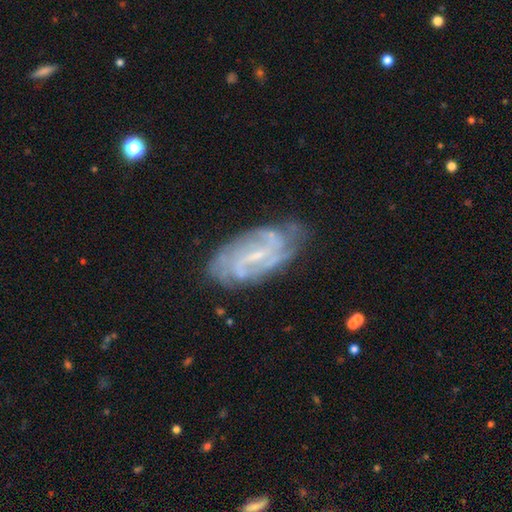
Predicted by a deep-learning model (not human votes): A featured or disk galaxy (81%) with a weak bar (51%), tight (48%) spiral arms (92%) and a small central bulge (61%). Merging: none (71%).